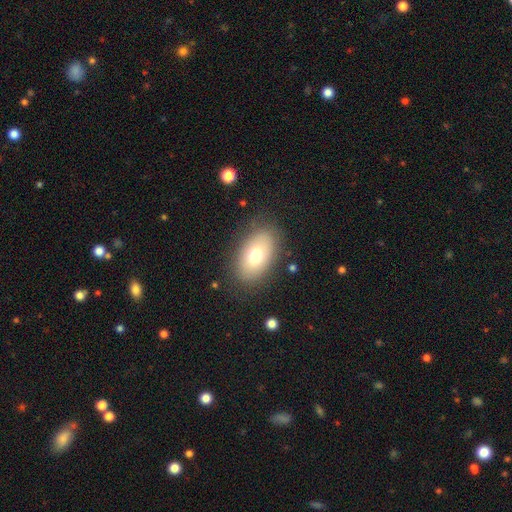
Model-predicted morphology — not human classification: This appears to be a smooth galaxy with no disk features (72%) that is in between round and cigar-shaped (90%). Merging: none (81%).